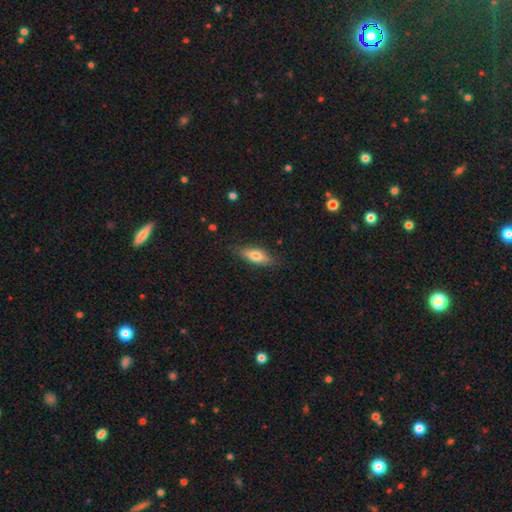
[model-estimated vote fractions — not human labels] A smooth galaxy with no disk features (70%) that is in between round and cigar-shaped (68%).

Vote fractions:
- Smooth or featured? smooth: 70% / featured or disk: 23% / star or artifact: 7%
- How rounded? in between: 68% / cigar-shaped: 29% / round: 3%
- Merging? none: 81% / minor disturbance: 15% / major disturbance: 3% / merger: 1%